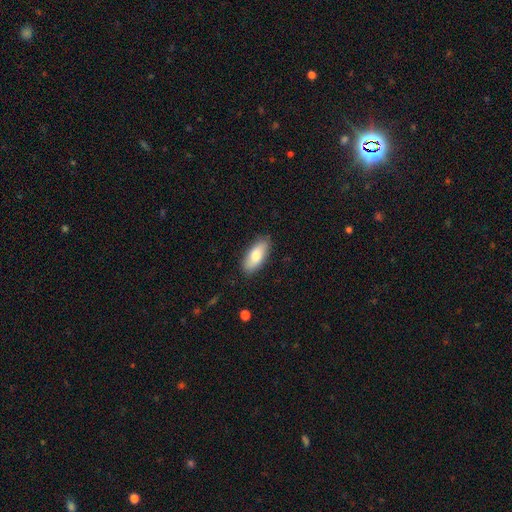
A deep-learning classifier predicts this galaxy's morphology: This is likely a smooth galaxy (76%). How rounded: clearly in between (85%). Merging: clearly none (86%).